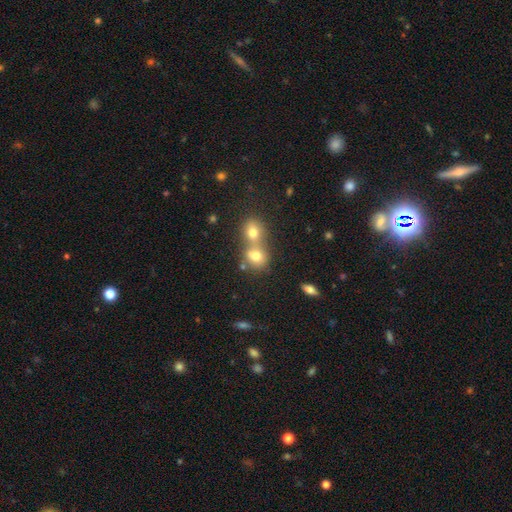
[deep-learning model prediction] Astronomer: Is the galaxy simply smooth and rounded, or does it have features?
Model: smooth — 74%.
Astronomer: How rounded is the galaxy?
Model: round — 68%.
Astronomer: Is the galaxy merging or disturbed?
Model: merger — 61%.